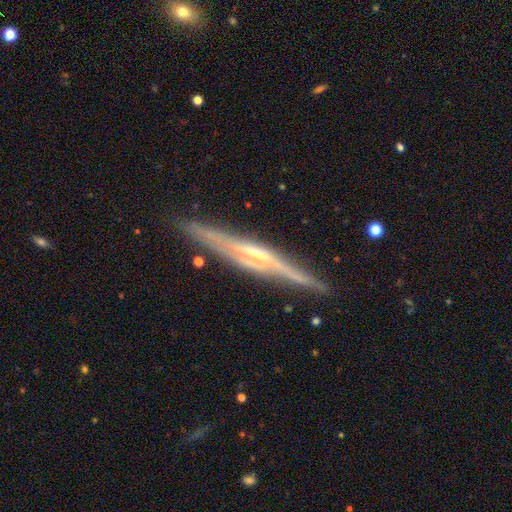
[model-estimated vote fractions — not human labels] Smooth or featured: featured or disk — 84% (smooth — 11%)
Edge-on disk: yes — 97% (no — 3%)
Edge-on bulge: rounded — 63% (none — 22%)
Merging: none — 89% (minor disturbance — 8%)